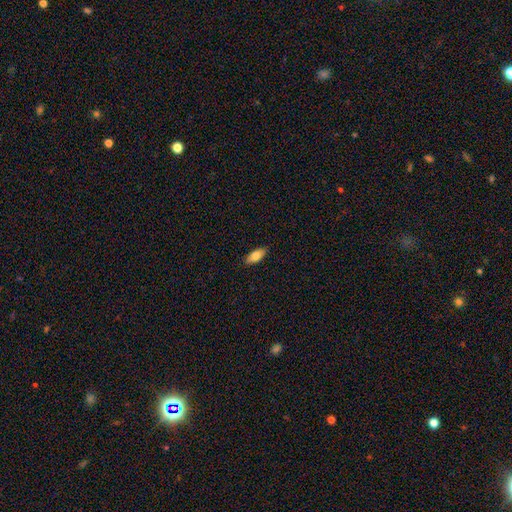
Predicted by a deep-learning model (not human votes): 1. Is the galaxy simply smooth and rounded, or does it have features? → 79% smooth, 15% featured or disk, 6% star or artifact.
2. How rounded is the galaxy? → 84% in between, 14% cigar-shaped, 3% round.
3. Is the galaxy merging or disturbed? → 88% none, 9% minor disturbance, 2% major disturbance, 1% merger.